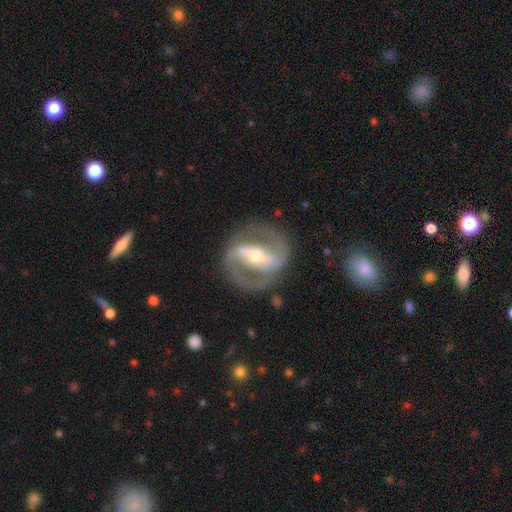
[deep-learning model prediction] featured or disk 89%, smooth 7%, star or artifact 4%. Down the decision tree: edge-on disk — no (96%); bar — strong (66%); spiral arms — yes (92%); spiral arm count — 2 (92%); spiral winding — medium (55%); bulge size — moderate (61%); merging — none (82%).